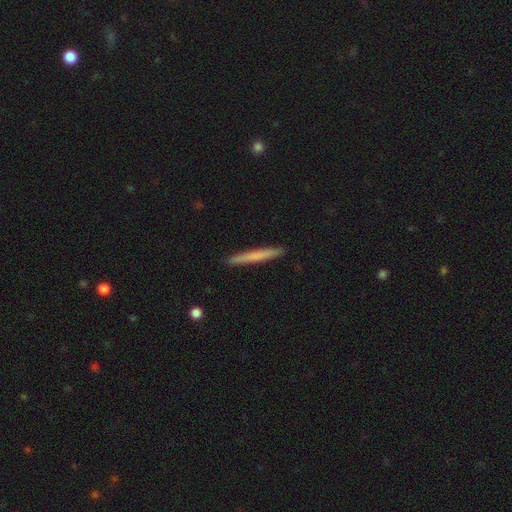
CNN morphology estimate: smooth 66%, featured or disk 29%, star or artifact 5%. Down the decision tree: how rounded — cigar-shaped (97%); merging — none (93%).